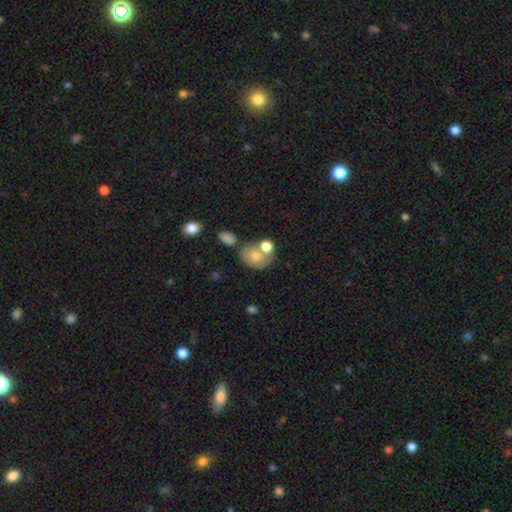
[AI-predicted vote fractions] Overall: smooth (66%). How rounded: in between (55%; round 44%). Merging: none (40%; merger 36%).